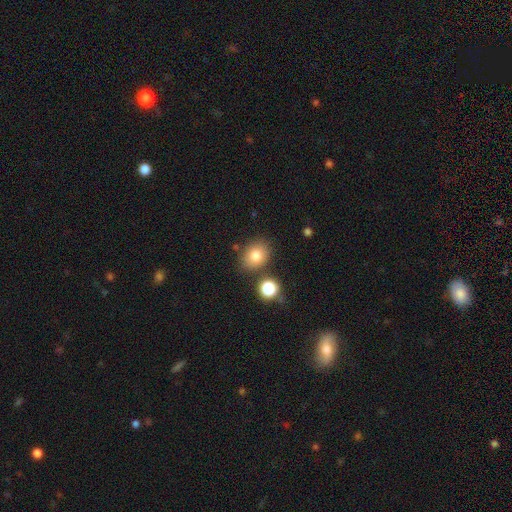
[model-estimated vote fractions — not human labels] This is likely a smooth galaxy (79%). How rounded: possibly in between (53%). Merging: likely none (77%).